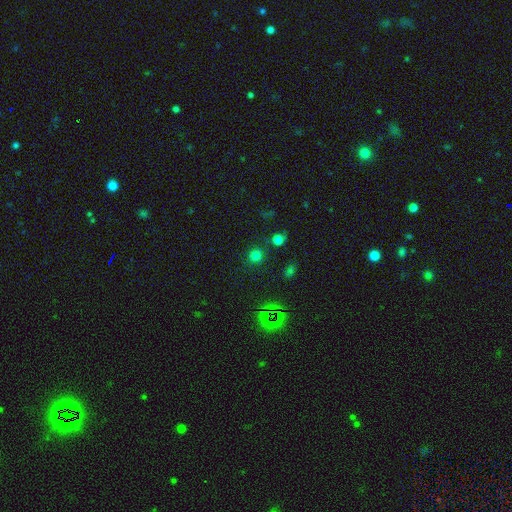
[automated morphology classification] type=smooth (72%); roundness=round (92%); merging=none (85%).